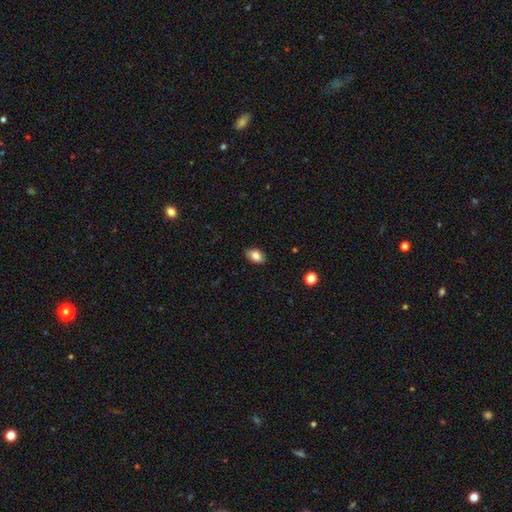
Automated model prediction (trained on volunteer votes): Smooth or featured: smooth — 83% (featured or disk — 9%)
How rounded: in between — 88% (round — 11%)
Merging: none — 88% (minor disturbance — 9%)